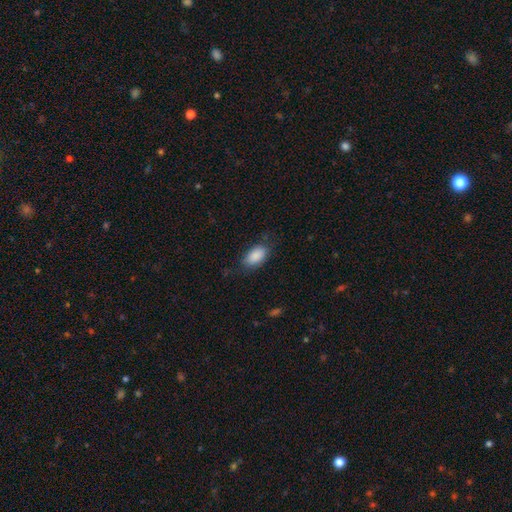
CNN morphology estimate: A smooth galaxy with no disk features (88%) that is in between round and cigar-shaped (93%).

Vote fractions:
- Smooth or featured? smooth: 88% / star or artifact: 7% / featured or disk: 6%
- How rounded? in between: 93% / round: 5% / cigar-shaped: 2%
- Merging? none: 73% / minor disturbance: 20% / major disturbance: 7% / merger: 1%